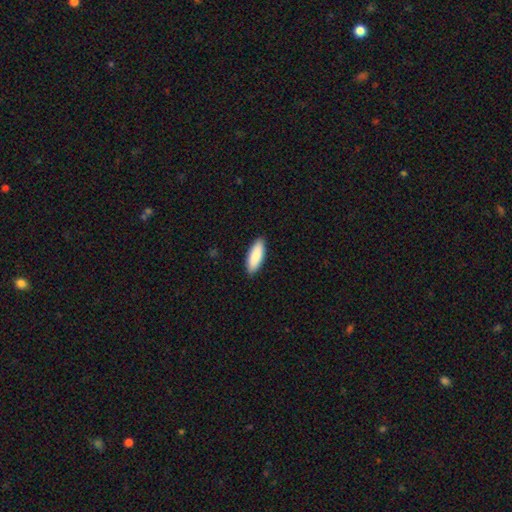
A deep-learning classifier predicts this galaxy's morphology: A smooth galaxy with no disk features (88%) that is in between round and cigar-shaped (66%). Merging: none (90%).